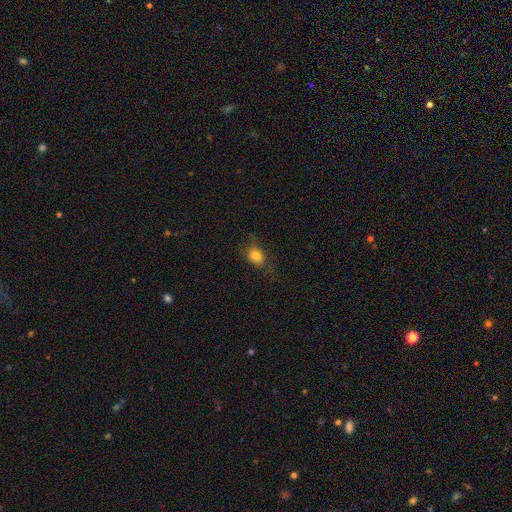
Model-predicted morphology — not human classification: smooth-or-featured: smooth: 78% | featured or disk: 12% | star or artifact: 10%
  how-rounded: in between: 61% | round: 37% | cigar-shaped: 3%
  merging: none: 62% | minor disturbance: 24% | major disturbance: 13% | merger: 1%